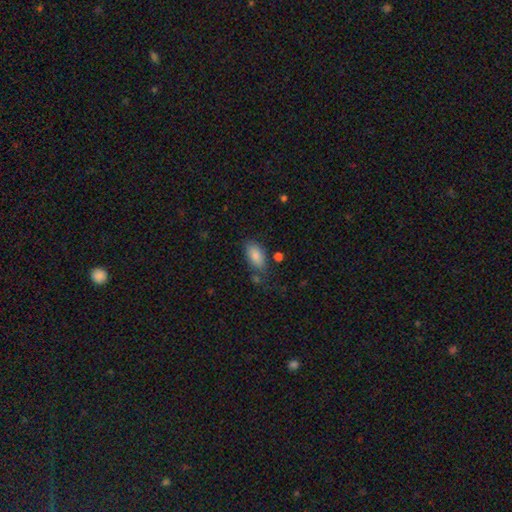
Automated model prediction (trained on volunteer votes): smooth 84%, featured or disk 8%, star or artifact 8%. Down the decision tree: how rounded — in between (92%); merging — none (66%).